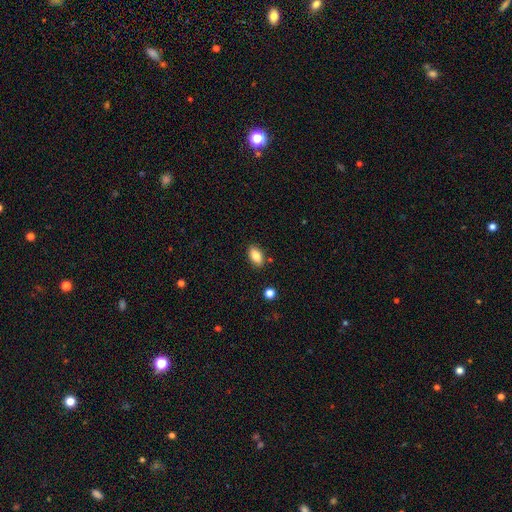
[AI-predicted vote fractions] This appears to be a smooth galaxy with no disk features (84%) that is in between round and cigar-shaped (90%). Merging: none (86%).